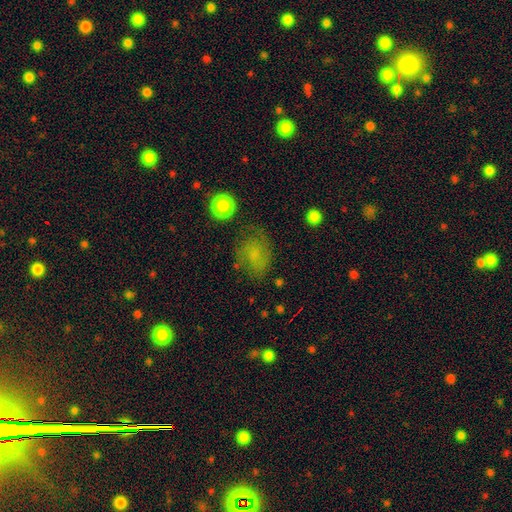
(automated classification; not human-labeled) The model was most divided on "how rounded": in between: 60%, round: 39%, cigar-shaped: 2%. More confident: merging — none (63%); smooth or featured — smooth (55%).